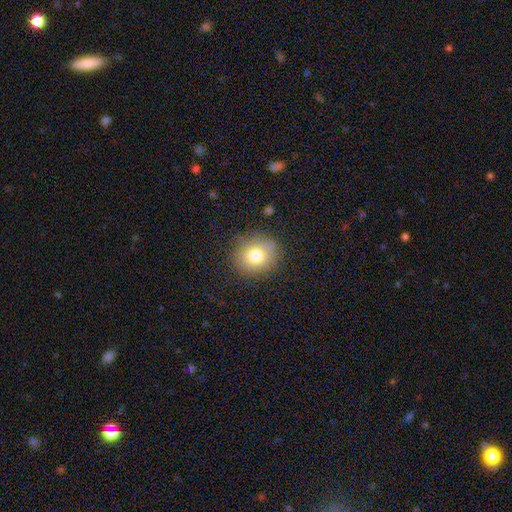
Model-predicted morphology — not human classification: smooth-or-featured: smooth: 78% | star or artifact: 11% | featured or disk: 11%
  how-rounded: round: 79% | in between: 20% | cigar-shaped: 1%
  merging: none: 84% | minor disturbance: 11% | major disturbance: 4% | merger: 1%